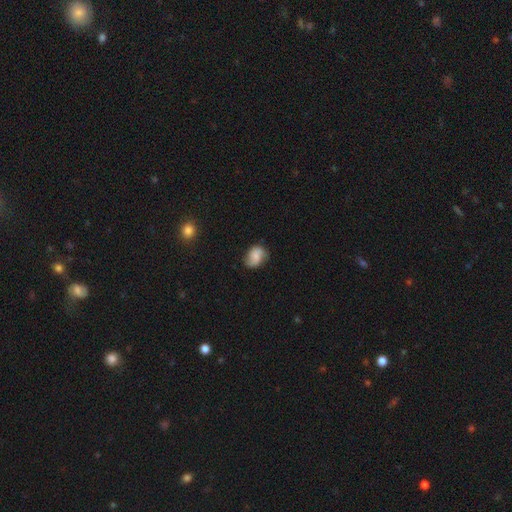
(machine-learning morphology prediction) Smooth or featured?
  - smooth: 55% *
  - featured or disk: 36%
  - star or artifact: 9%
How rounded?
  - in between: 67% *
  - round: 31%
  - cigar-shaped: 1%
Merging?
  - none: 66% *
  - minor disturbance: 26%
  - major disturbance: 7%
  - merger: 2%